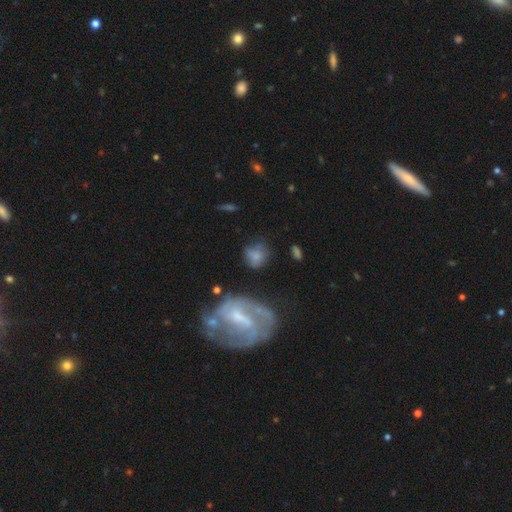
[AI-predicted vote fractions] This appears to be a smooth galaxy with no disk features (63%) that is round (66%). Merging: none (55%).